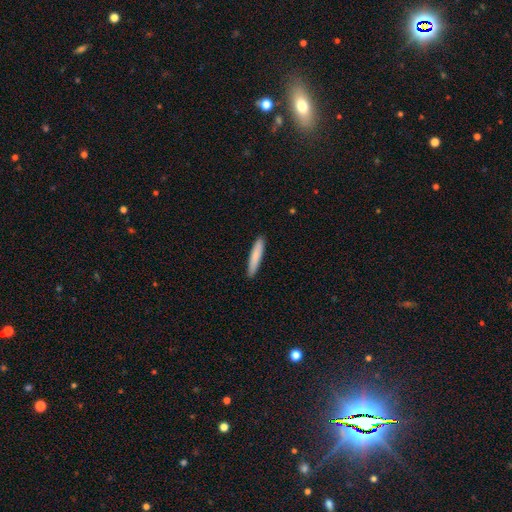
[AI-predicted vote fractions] A smooth galaxy with no disk features (82%) that is cigar-shaped (91%).

Vote fractions:
- Smooth or featured? smooth: 82% / featured or disk: 12% / star or artifact: 5%
- How rounded? cigar-shaped: 91% / in between: 8% / round: 1%
- Merging? none: 91% / minor disturbance: 6% / major disturbance: 1% / merger: 1%